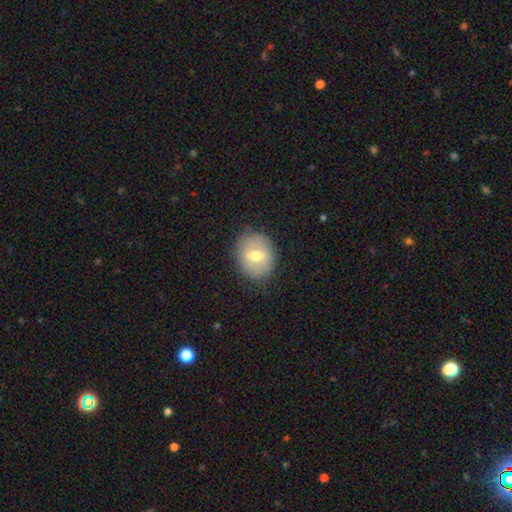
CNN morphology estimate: Smooth or featured: smooth — 59% (featured or disk — 33%)
How rounded: round — 57% (in between — 42%)
Merging: none — 82% (minor disturbance — 13%)